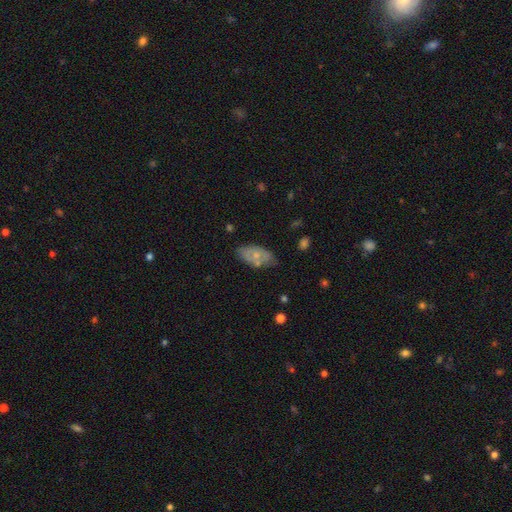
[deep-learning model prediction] Smooth or featured? Predicted: smooth (p=0.56). How rounded? Predicted: in between (p=0.91). Merging? Predicted: none (p=0.62).